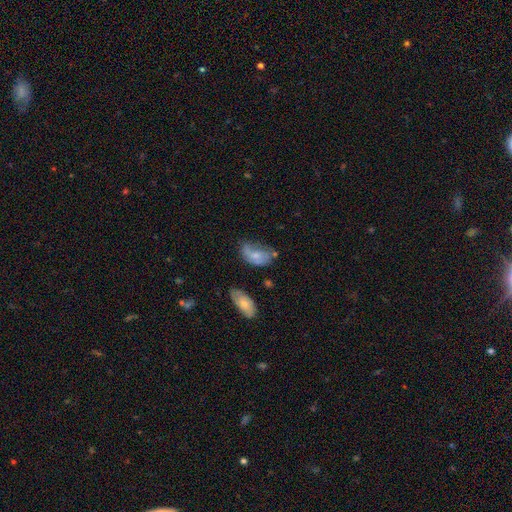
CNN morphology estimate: This is possibly a smooth galaxy (50%). Merging: marginally none (40%).